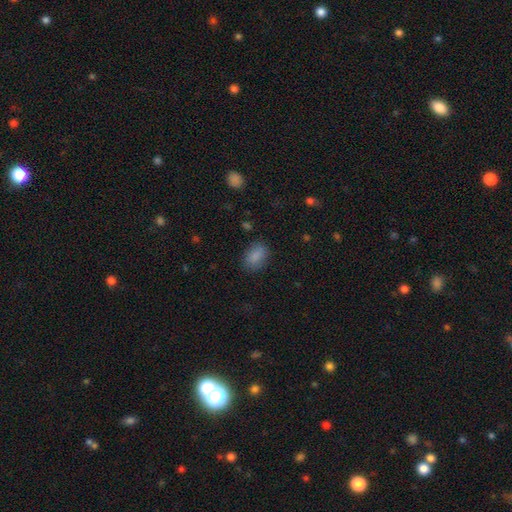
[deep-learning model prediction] Morphology: type=smooth (85%); roundness=in between (83%); merging=none (80%).